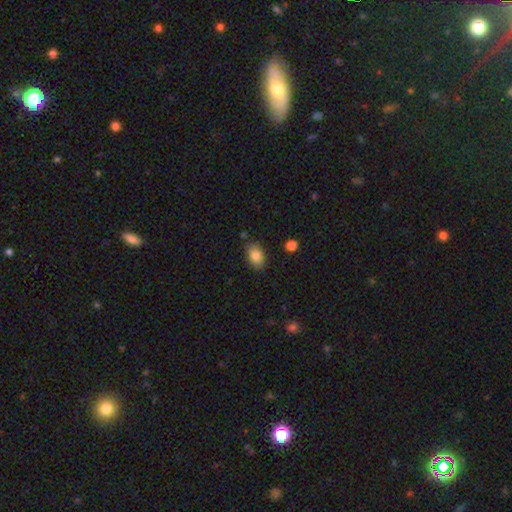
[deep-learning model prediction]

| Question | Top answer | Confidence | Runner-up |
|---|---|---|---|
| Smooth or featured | smooth | 84% | star or artifact (8%) |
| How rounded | in between | 87% | round (12%) |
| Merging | none | 81% | minor disturbance (14%) |